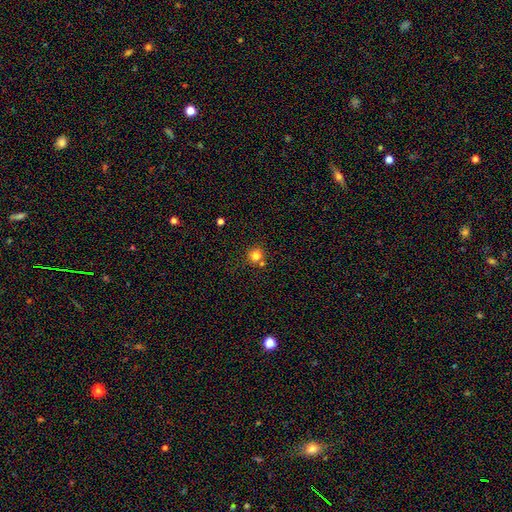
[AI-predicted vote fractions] smooth_or_featured: smooth (p=0.81) [alt: star or artifact p=0.13]
how_rounded: round (p=0.92) [alt: in between p=0.07]
merging: none (p=0.74) [alt: merger p=0.14]